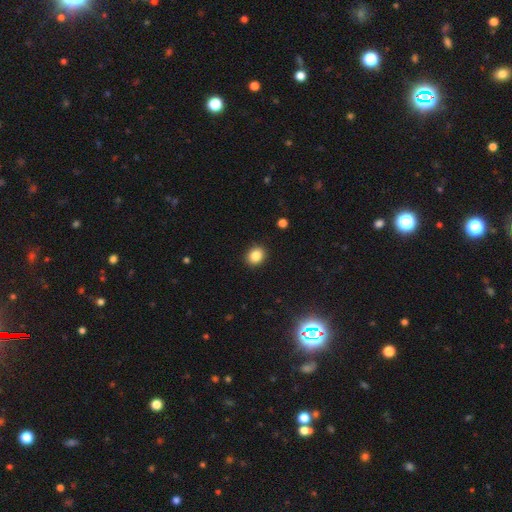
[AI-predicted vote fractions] Morphology: type=smooth (86%); roundness=round (59%); merging=none (90%).